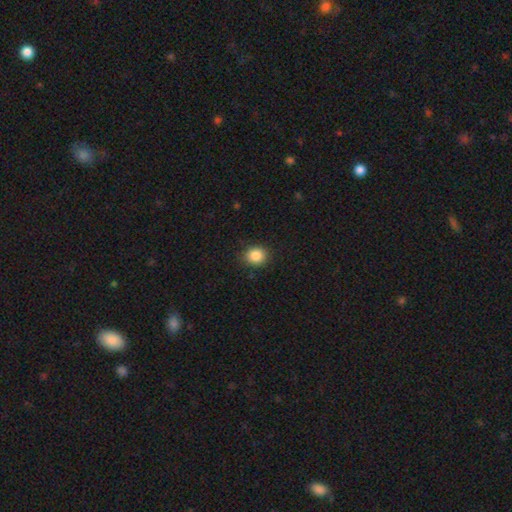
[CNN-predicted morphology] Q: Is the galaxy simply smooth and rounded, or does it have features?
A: smooth — 86%.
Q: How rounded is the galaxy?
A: round — 75%.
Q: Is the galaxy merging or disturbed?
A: none — 88%.